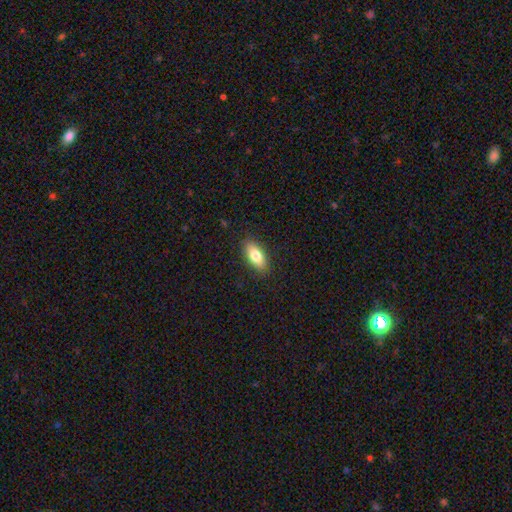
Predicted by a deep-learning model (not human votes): smooth_or_featured: smooth (p=0.80) [alt: featured or disk p=0.13]
how_rounded: in between (p=0.85) [alt: cigar-shaped p=0.12]
merging: none (p=0.88) [alt: minor disturbance p=0.09]